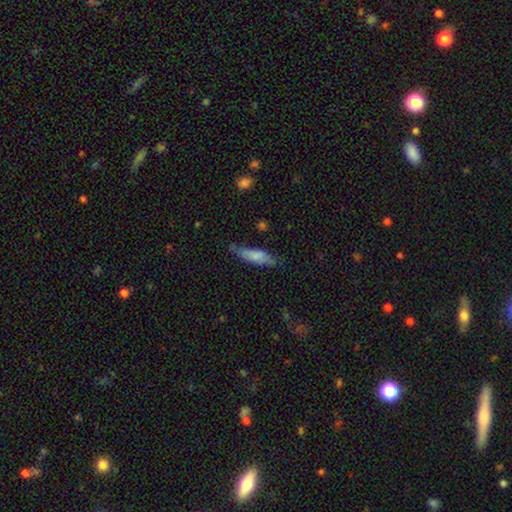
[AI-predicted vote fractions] Smooth or featured?
  - smooth: 75% *
  - featured or disk: 19%
  - star or artifact: 6%
How rounded?
  - cigar-shaped: 66% *
  - in between: 32%
  - round: 2%
Merging?
  - none: 68% *
  - minor disturbance: 24%
  - major disturbance: 5%
  - merger: 2%